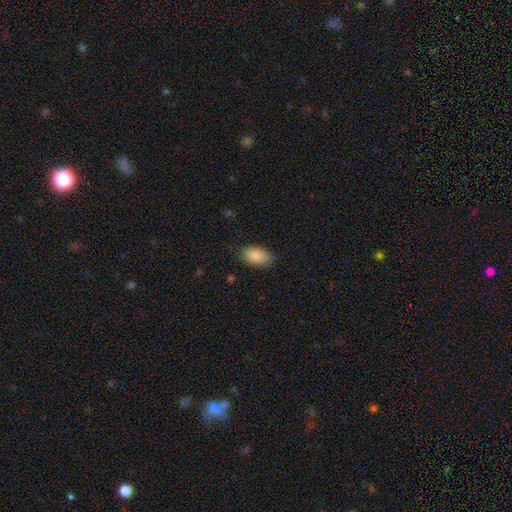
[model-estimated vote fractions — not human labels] A smooth galaxy with no disk features (86%) that is in between round and cigar-shaped (92%). Merging: none (80%).